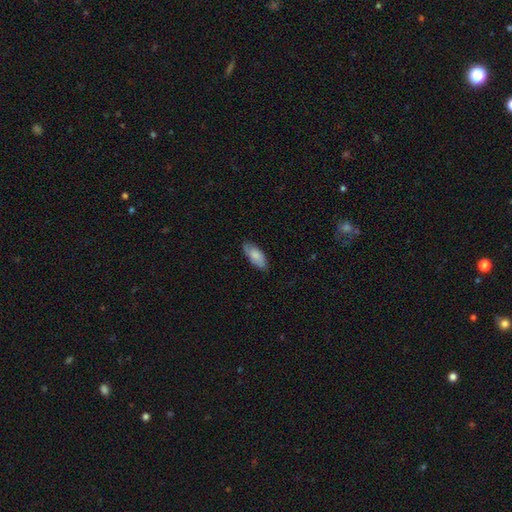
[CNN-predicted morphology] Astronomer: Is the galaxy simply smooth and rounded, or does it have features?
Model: smooth — 78%.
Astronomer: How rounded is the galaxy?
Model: in between — 86%.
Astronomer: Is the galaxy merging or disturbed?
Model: none — 81%.